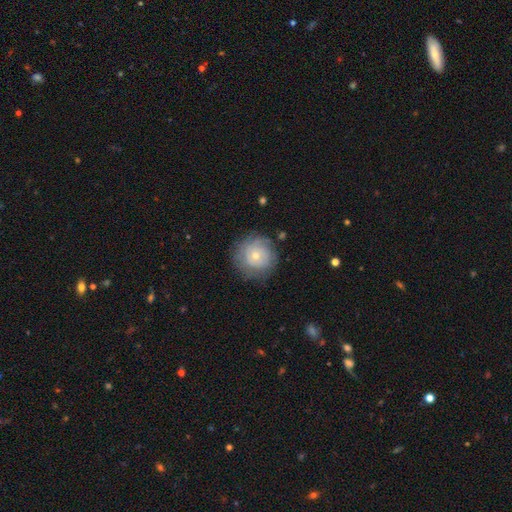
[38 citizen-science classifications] Morphology: type=smooth (55%); roundness=round (90%); merging=none (74%).